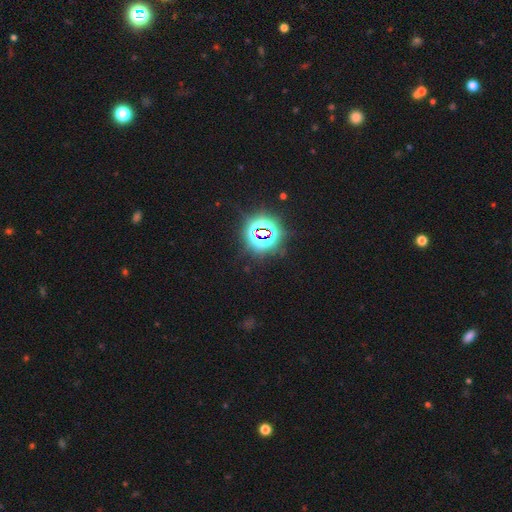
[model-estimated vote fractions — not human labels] This appears to be a star or artifact, not a galaxy (82%).